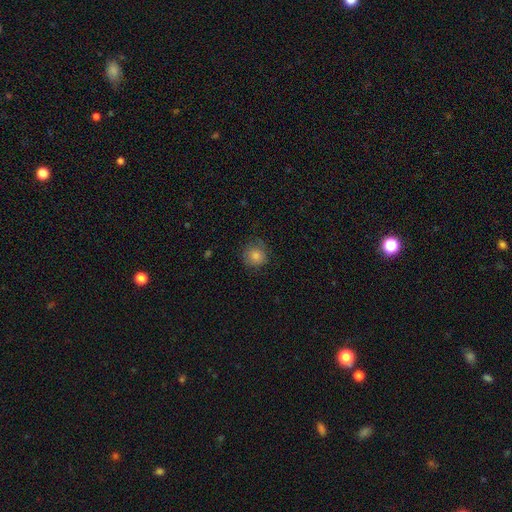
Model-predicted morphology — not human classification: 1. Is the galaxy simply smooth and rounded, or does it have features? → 77% smooth, 12% featured or disk, 11% star or artifact.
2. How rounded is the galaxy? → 89% round, 10% in between, 1% cigar-shaped.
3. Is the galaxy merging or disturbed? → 74% none, 19% minor disturbance, 7% major disturbance, 1% merger.